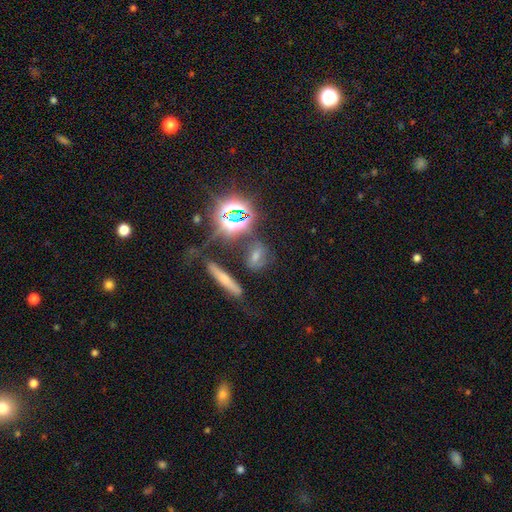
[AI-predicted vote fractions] Q: Smooth or featured?
A: star or artifact (45%); runner-up: smooth (33%)